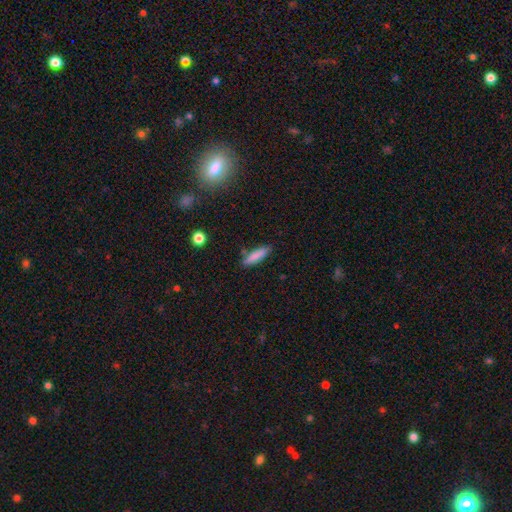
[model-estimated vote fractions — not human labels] This appears to be a smooth galaxy with no disk features (84%) that is cigar-shaped (74%). Merging: none (81%).